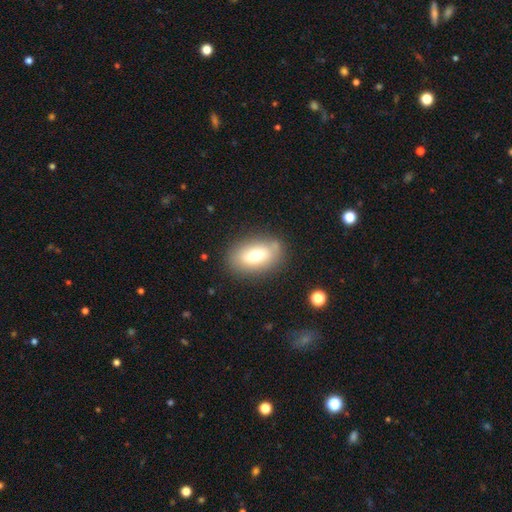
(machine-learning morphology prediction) This appears to be a smooth galaxy with no disk features (66%) that is in between round and cigar-shaped (87%). Merging: none (80%).